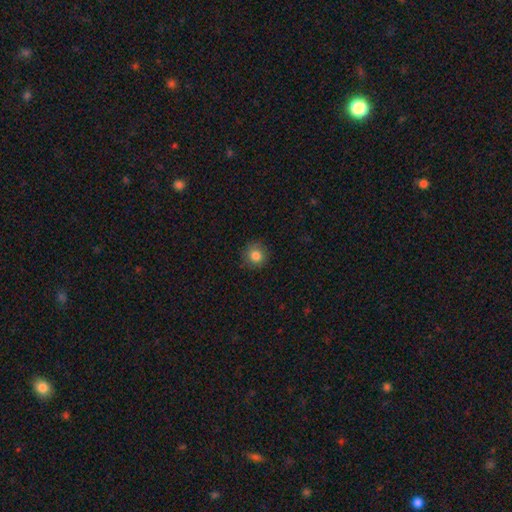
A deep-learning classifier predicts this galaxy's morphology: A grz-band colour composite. It shows a smooth galaxy with no disk features (84%) that is round (90%). Merging: none (87%).